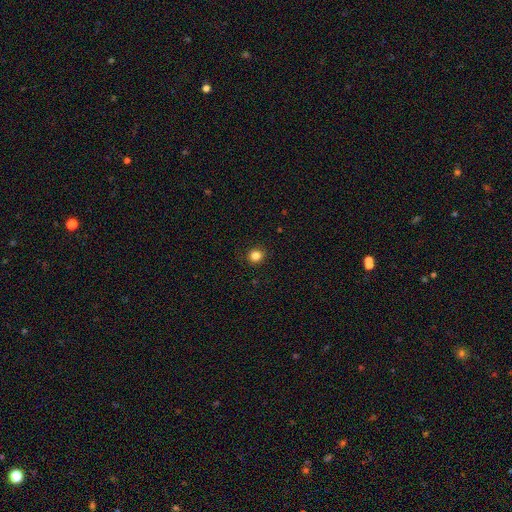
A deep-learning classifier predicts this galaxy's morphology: smooth_or_featured: smooth (p=0.84) [alt: star or artifact p=0.12]
how_rounded: round (p=0.90) [alt: in between p=0.09]
merging: none (p=0.92) [alt: minor disturbance p=0.06]